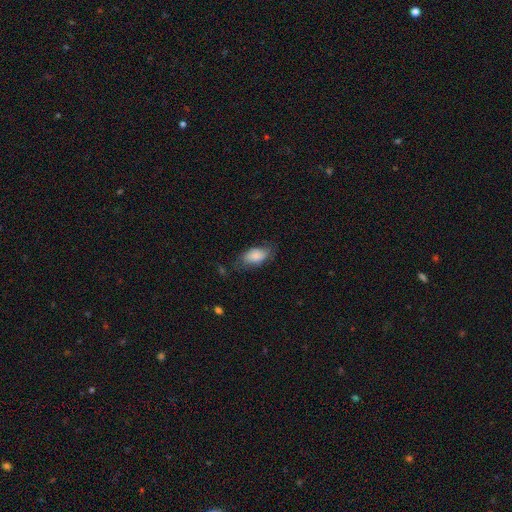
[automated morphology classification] Smooth or featured: smooth — 80% (featured or disk — 13%)
How rounded: in between — 92% (round — 5%)
Merging: none — 60% (minor disturbance — 27%)